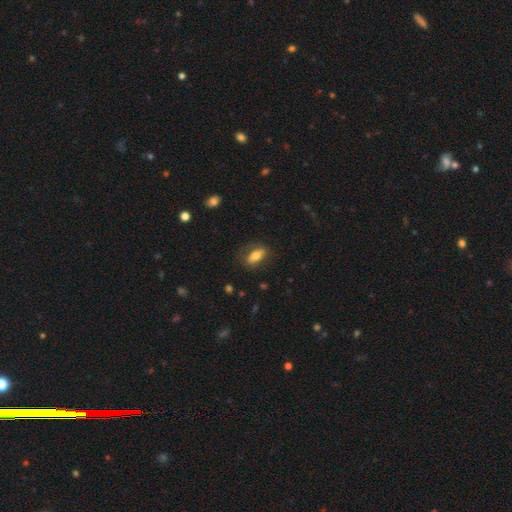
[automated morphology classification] The model was most divided on "smooth or featured": smooth: 69%, featured or disk: 24%, star or artifact: 7%. More confident: how rounded — in between (80%); merging — none (70%).